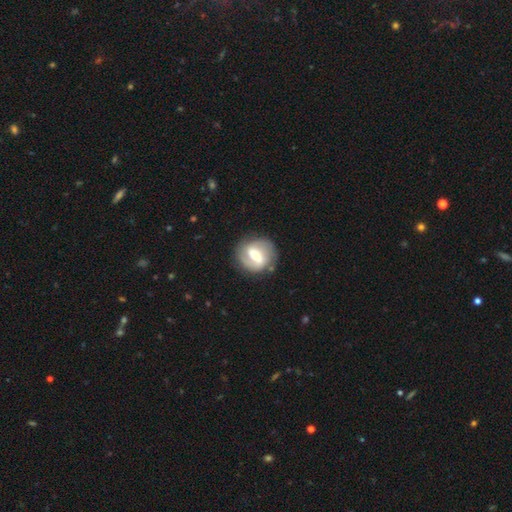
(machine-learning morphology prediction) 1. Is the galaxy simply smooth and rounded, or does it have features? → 73% featured or disk, 22% smooth, 6% star or artifact.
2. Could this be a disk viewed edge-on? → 96% no, 4% yes.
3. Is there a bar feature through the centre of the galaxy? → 48% strong, 41% weak, 11% no.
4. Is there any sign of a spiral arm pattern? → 84% yes, 16% no.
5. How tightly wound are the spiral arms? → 41% medium, 38% tight, 21% loose.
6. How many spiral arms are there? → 80% 2, 10% can't tell, 7% 1, 2% 3, 1% 4, 1% more than 4.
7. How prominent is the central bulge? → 57% moderate, 25% small, 14% large, 2% none, 2% dominant.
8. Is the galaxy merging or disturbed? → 78% none, 14% minor disturbance, 6% major disturbance, 2% merger.